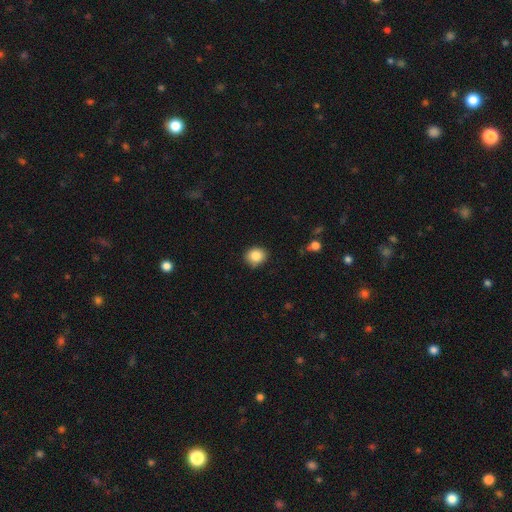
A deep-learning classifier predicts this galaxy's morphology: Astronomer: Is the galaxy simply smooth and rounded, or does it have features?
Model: smooth — 86%.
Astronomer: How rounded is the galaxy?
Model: round — 80%.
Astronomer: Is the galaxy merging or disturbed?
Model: none — 85%.